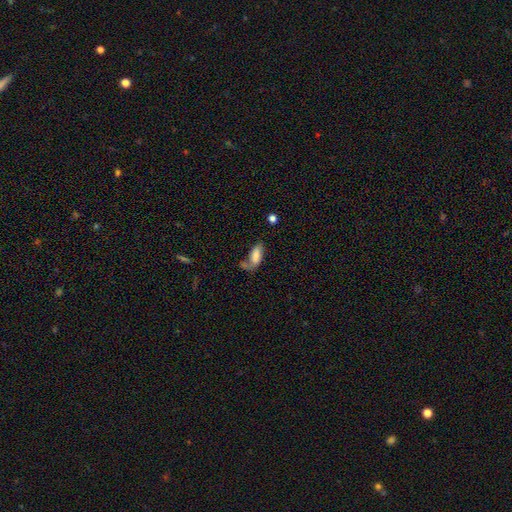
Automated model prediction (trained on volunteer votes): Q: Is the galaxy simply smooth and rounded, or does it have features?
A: smooth — 74%.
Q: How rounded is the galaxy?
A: in between — 83%.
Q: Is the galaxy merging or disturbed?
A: none — 37%.